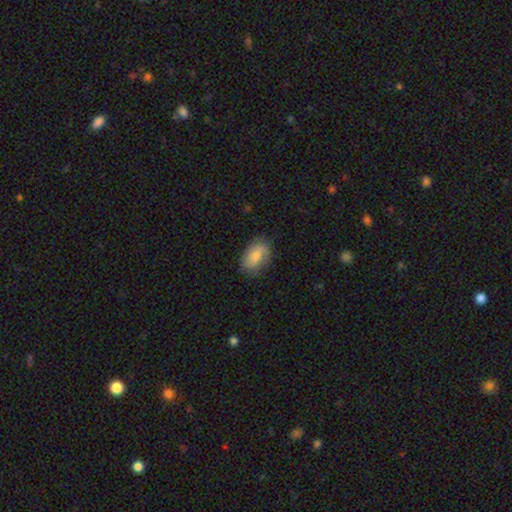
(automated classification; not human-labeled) Smooth or featured? smooth (72%)
How rounded? in between (88%)
Merging? none (75%)